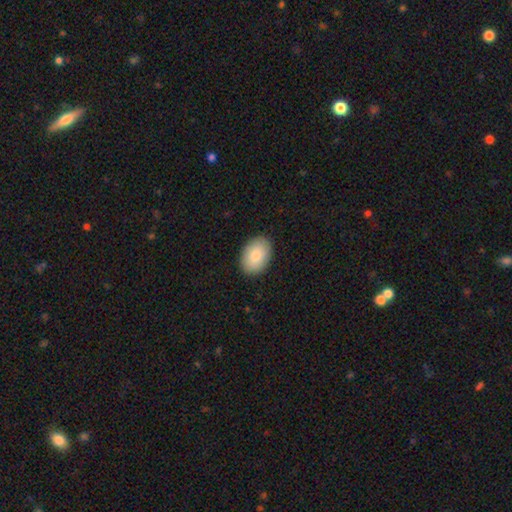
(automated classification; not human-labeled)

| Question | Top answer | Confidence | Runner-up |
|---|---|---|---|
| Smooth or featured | smooth | 85% | featured or disk (9%) |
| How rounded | in between | 86% | round (13%) |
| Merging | none | 89% | minor disturbance (8%) |